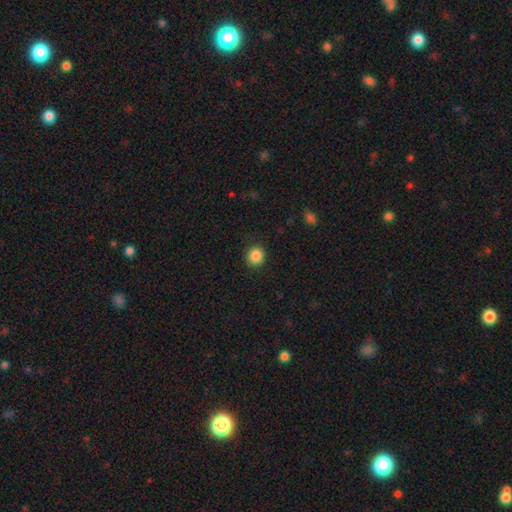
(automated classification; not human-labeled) Smooth or featured?
  - smooth: 87% *
  - star or artifact: 10%
  - featured or disk: 3%
How rounded?
  - round: 89% *
  - in between: 10%
  - cigar-shaped: 1%
Merging?
  - none: 91% *
  - minor disturbance: 6%
  - major disturbance: 2%
  - merger: 1%